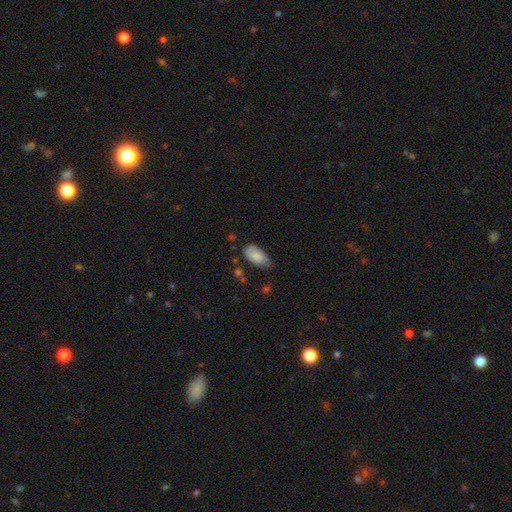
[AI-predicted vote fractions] smooth-or-featured: smooth: 84% | featured or disk: 10% | star or artifact: 6%
  how-rounded: in between: 94% | cigar-shaped: 4% | round: 3%
  merging: none: 55% | minor disturbance: 36% | major disturbance: 7% | merger: 2%